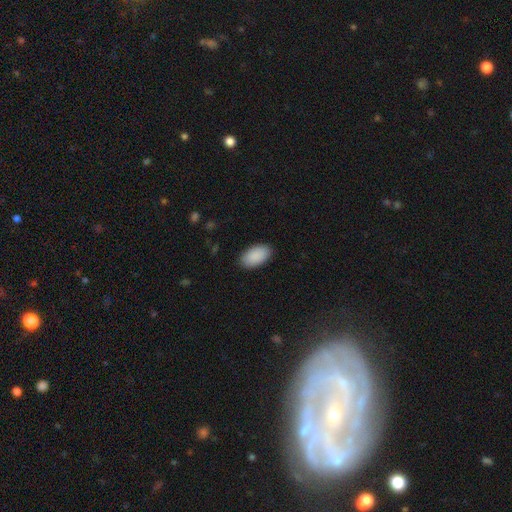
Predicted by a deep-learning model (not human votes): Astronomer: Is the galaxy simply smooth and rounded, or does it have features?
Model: smooth — 91%.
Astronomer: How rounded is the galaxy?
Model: in between — 96%.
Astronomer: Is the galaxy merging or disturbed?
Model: none — 89%.